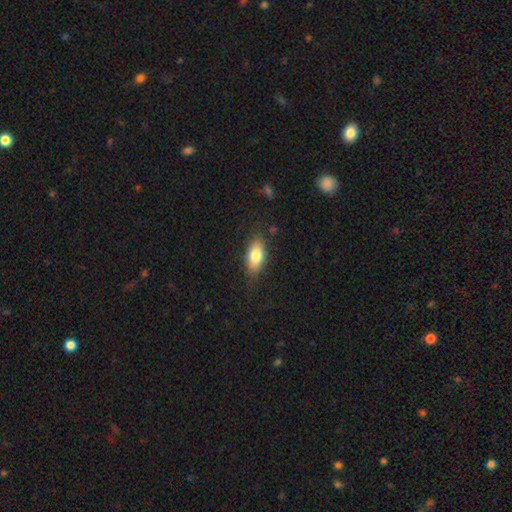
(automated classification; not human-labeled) Smooth or featured? Predicted: smooth (p=0.79). How rounded? Predicted: in between (p=0.88). Merging? Predicted: none (p=0.79).